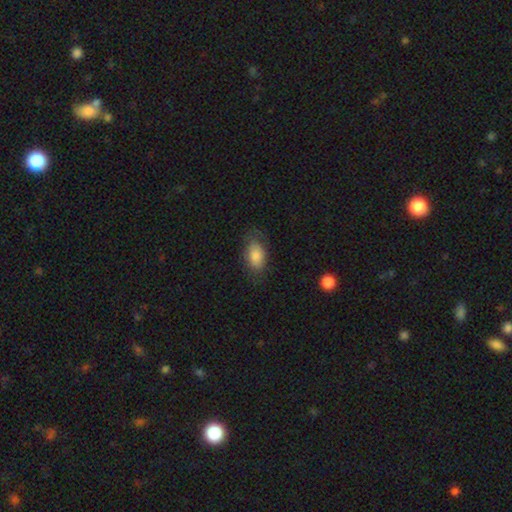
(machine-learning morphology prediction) This is clearly a smooth galaxy (82%). How rounded: clearly in between (89%). Merging: likely none (70%).